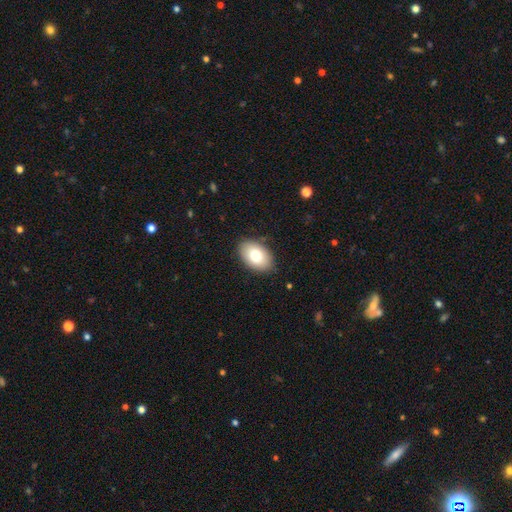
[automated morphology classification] Overall: smooth (78%). How rounded: in between (89%). Merging: none (87%).